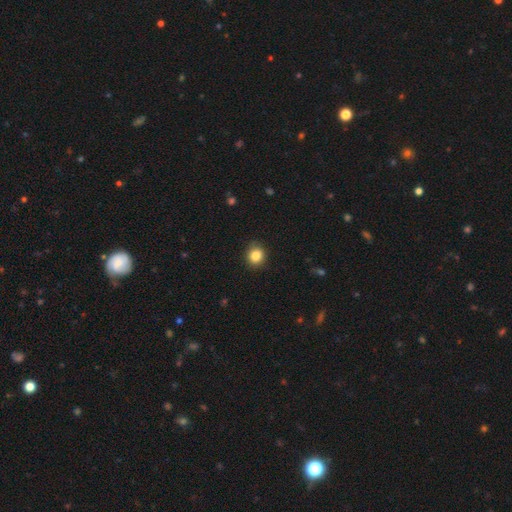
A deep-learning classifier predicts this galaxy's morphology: smooth 85%, star or artifact 10%, featured or disk 5%. Down the decision tree: how rounded — round (83%); merging — none (87%).